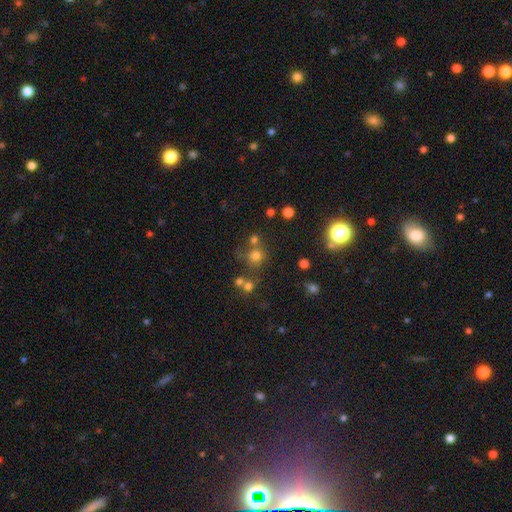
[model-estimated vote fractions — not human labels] smooth 67%, star or artifact 23%, featured or disk 10%. Down the decision tree: how rounded — round (88%); merging — none (63%).